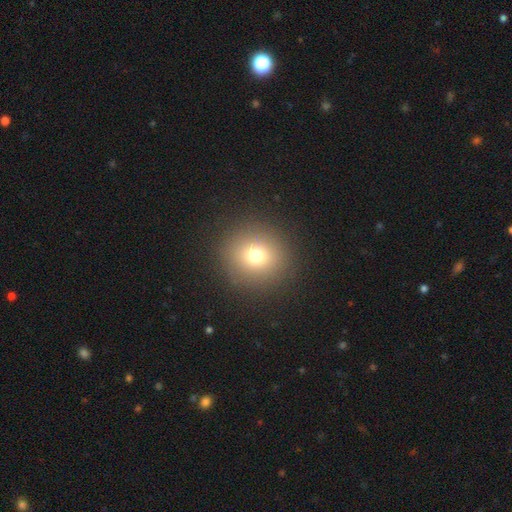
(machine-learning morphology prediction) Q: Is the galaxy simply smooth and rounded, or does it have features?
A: smooth — 74%.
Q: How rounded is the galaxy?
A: round — 91%.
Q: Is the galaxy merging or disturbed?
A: none — 91%.